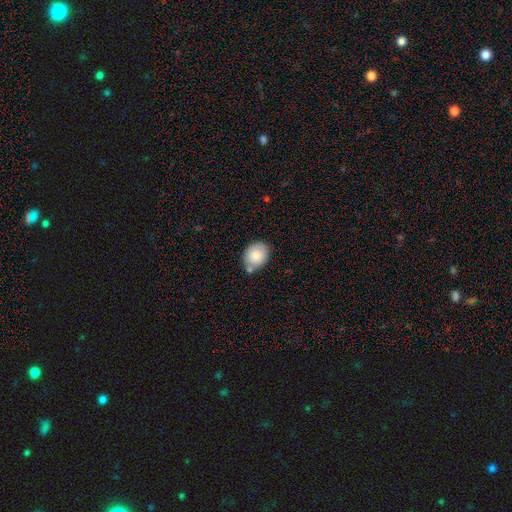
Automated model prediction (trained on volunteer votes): smooth_or_featured: smooth (p=0.82) [alt: featured or disk p=0.11]
how_rounded: in between (p=0.58) [alt: round p=0.41]
merging: none (p=0.62) [alt: minor disturbance p=0.21]